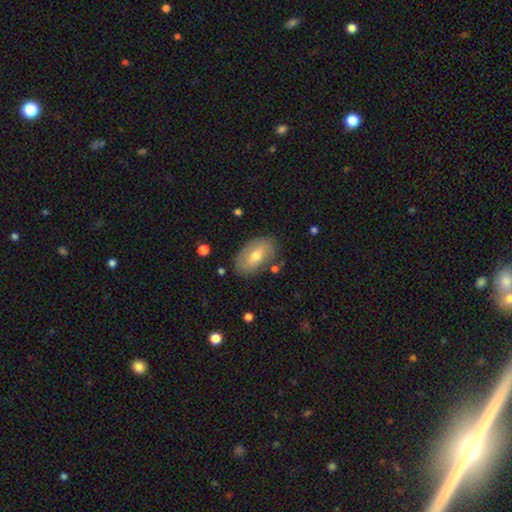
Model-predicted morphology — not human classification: smooth_or_featured: smooth (p=0.54) [alt: featured or disk p=0.39]
how_rounded: in between (p=0.90) [alt: round p=0.07]
merging: none (p=0.75) [alt: minor disturbance p=0.17]